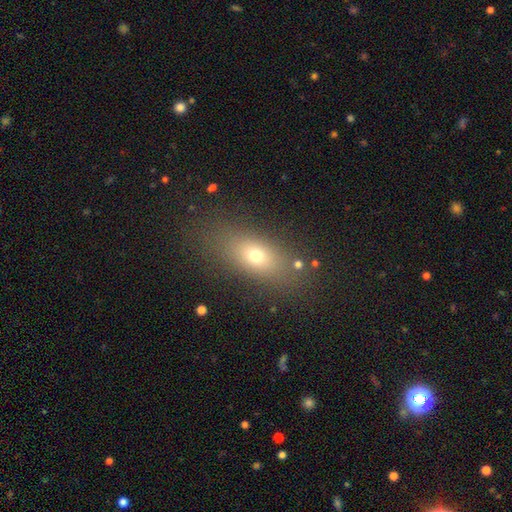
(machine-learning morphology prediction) The model was most divided on "smooth or featured": smooth: 67%, featured or disk: 18%, star or artifact: 15%. More confident: merging — none (80%); how rounded — in between (71%).